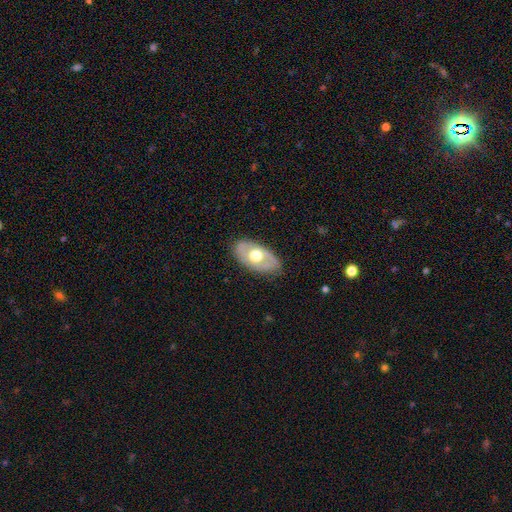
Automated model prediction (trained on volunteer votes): A featured or disk galaxy (55%). Merging: none (77%).